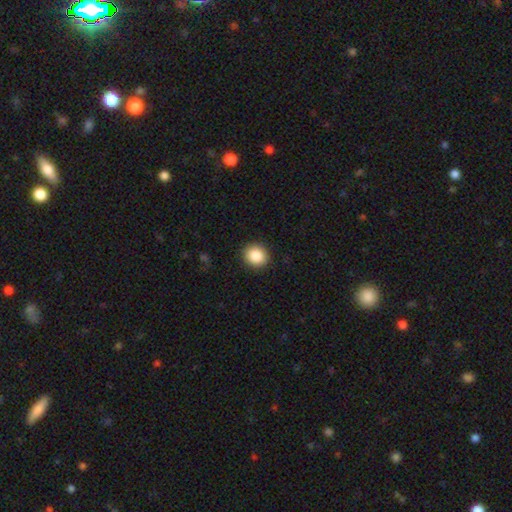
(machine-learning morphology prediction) Smooth or featured? Predicted: smooth (p=0.87). How rounded? Predicted: round (p=0.86). Merging? Predicted: none (p=0.91).